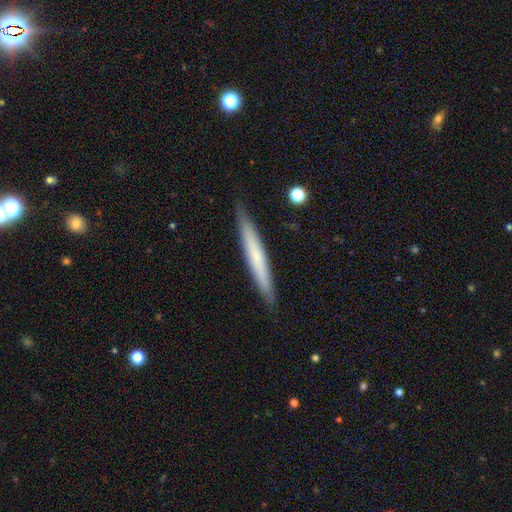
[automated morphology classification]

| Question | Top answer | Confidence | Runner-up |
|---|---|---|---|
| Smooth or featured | smooth | 59% | featured or disk (36%) |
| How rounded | cigar-shaped | 96% | in between (3%) |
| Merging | none | 89% | minor disturbance (8%) |